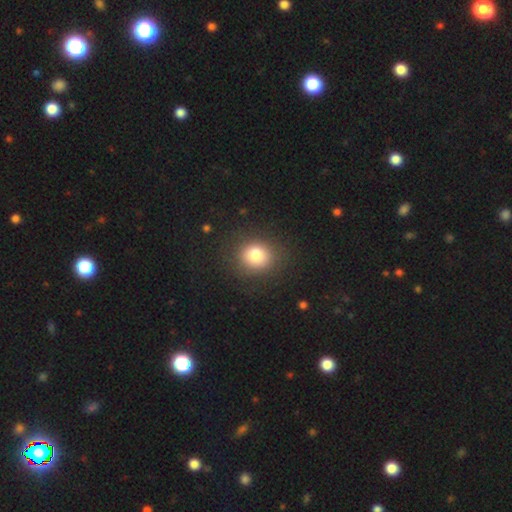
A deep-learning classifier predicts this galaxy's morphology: Smooth or featured?
  - smooth: 81% *
  - star or artifact: 11%
  - featured or disk: 8%
How rounded?
  - round: 75% *
  - in between: 24%
  - cigar-shaped: 1%
Merging?
  - none: 84% *
  - minor disturbance: 10%
  - major disturbance: 5%
  - merger: 1%